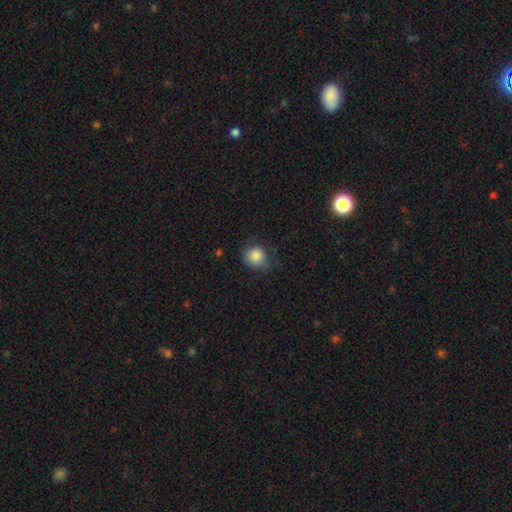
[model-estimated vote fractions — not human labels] smooth 85%, star or artifact 9%, featured or disk 6%. Down the decision tree: how rounded — round (88%); merging — none (65%).